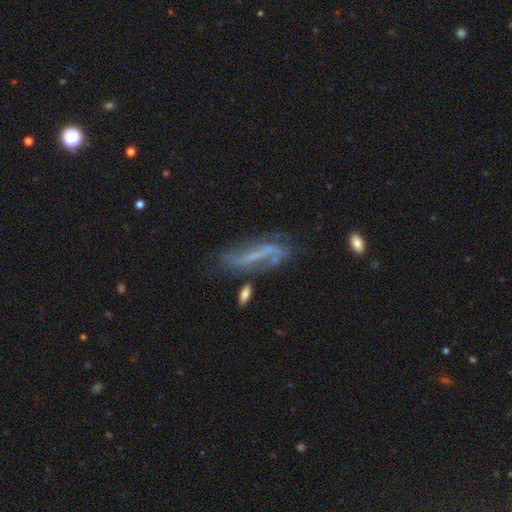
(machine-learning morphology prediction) Overall: featured or disk (72%). Edge-on disk: no (77%). Bar: strong (41%; weak 31%). Spiral arms: yes (80%). Bulge size: none (50%; small 39%). Merging: none (61%; minor disturbance 21%).